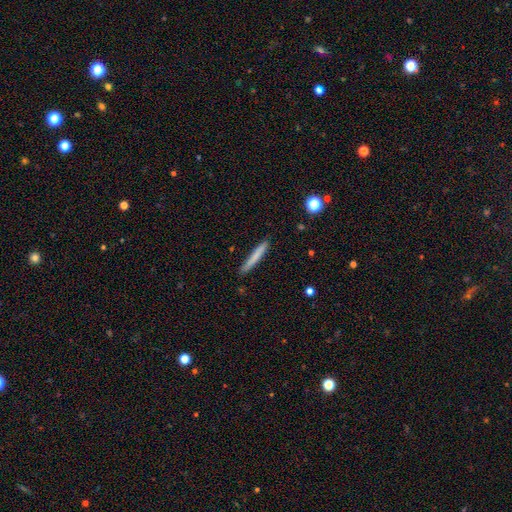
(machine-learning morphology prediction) Smooth or featured? Predicted: smooth (p=0.73). How rounded? Predicted: cigar-shaped (p=0.96). Merging? Predicted: none (p=0.87).